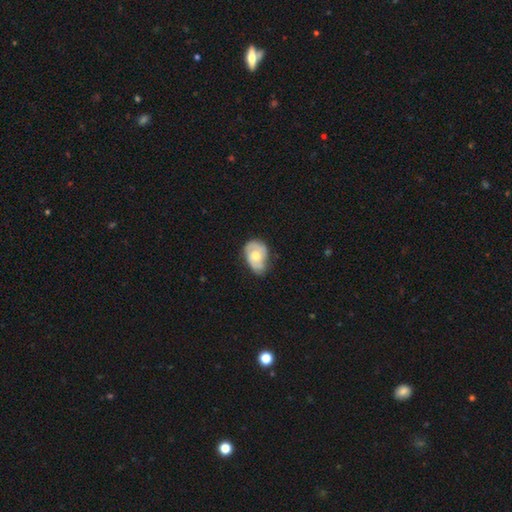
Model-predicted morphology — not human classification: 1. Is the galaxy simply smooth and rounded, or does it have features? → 57% featured or disk, 36% smooth, 6% star or artifact.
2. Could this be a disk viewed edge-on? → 96% no, 4% yes.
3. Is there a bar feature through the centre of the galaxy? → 78% no, 19% weak, 3% strong.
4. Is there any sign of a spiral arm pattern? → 79% yes, 21% no.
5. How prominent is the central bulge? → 68% moderate, 23% small, 7% large, 2% none, 1% dominant.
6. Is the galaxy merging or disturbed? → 52% none, 35% minor disturbance, 11% major disturbance, 2% merger.